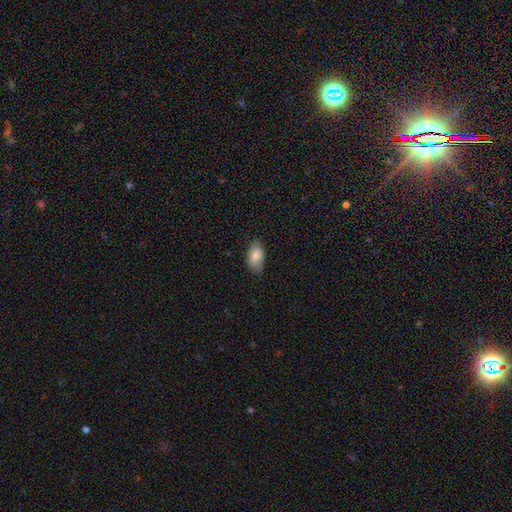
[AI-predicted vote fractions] This appears to be a smooth galaxy with no disk features (84%) that is in between round and cigar-shaped (94%). Merging: none (76%).